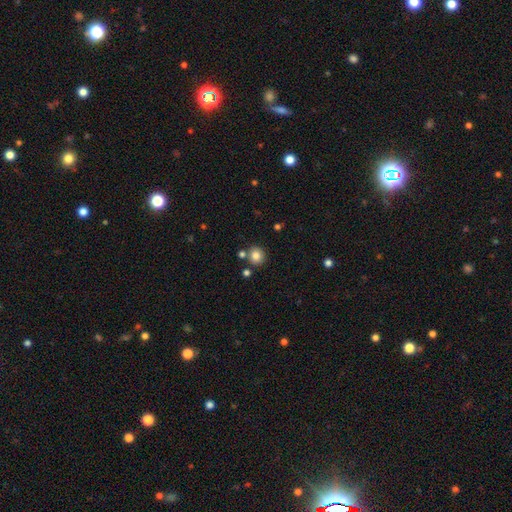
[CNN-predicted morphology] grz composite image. It shows a smooth galaxy with no disk features (81%) that is round (88%). Merging: none (78%).